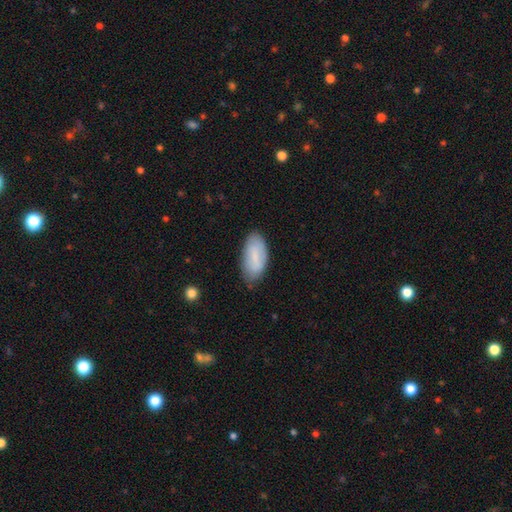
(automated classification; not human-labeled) smooth_or_featured: smooth (p=0.72) [alt: featured or disk p=0.21]
how_rounded: in between (p=0.91) [alt: cigar-shaped p=0.07]
merging: none (p=0.75) [alt: minor disturbance p=0.20]